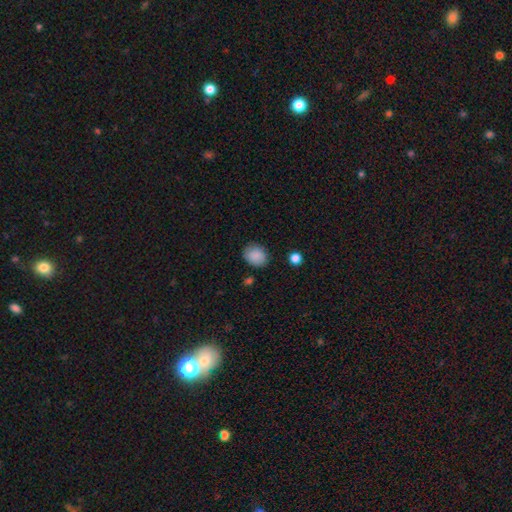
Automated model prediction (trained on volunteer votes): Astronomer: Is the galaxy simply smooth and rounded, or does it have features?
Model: smooth — 88%.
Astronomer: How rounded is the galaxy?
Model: round — 57% (runner-up: in between, 42%).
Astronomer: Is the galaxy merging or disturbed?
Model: none — 83%.